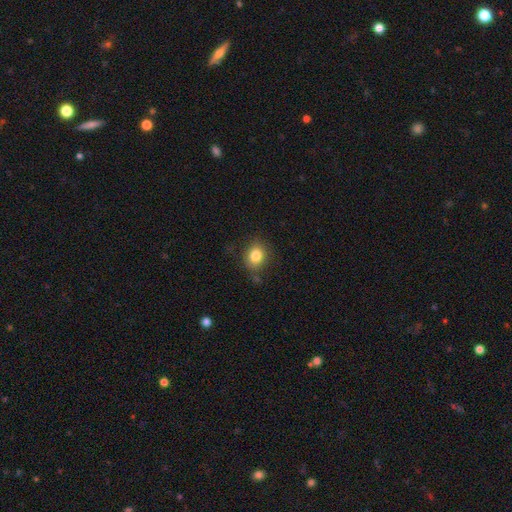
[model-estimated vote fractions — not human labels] Smooth or featured?
  - smooth: 82% *
  - star or artifact: 10%
  - featured or disk: 7%
How rounded?
  - round: 60% *
  - in between: 39%
  - cigar-shaped: 1%
Merging?
  - none: 80% *
  - minor disturbance: 14%
  - major disturbance: 3%
  - merger: 3%